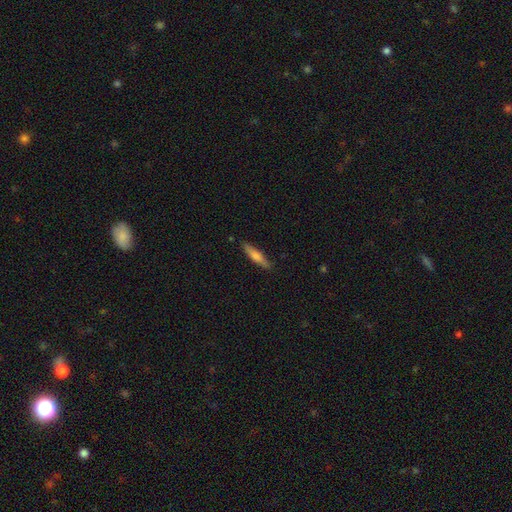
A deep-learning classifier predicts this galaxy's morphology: Smooth or featured? Predicted: smooth (p=0.57). How rounded? Predicted: cigar-shaped (p=0.85). Merging? Predicted: none (p=0.87).